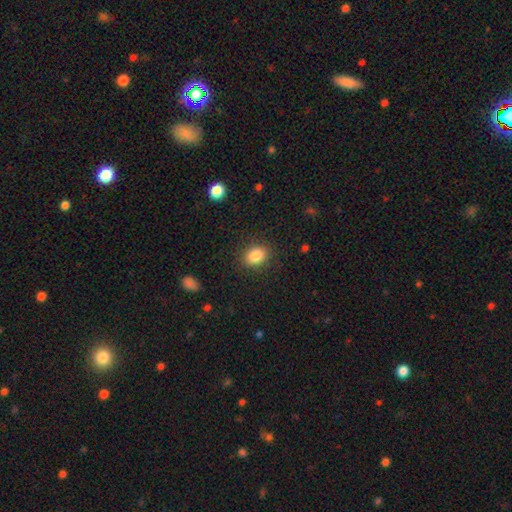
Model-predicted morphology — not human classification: smooth 84%, star or artifact 10%, featured or disk 6%. Down the decision tree: how rounded — in between (59%); merging — none (87%).